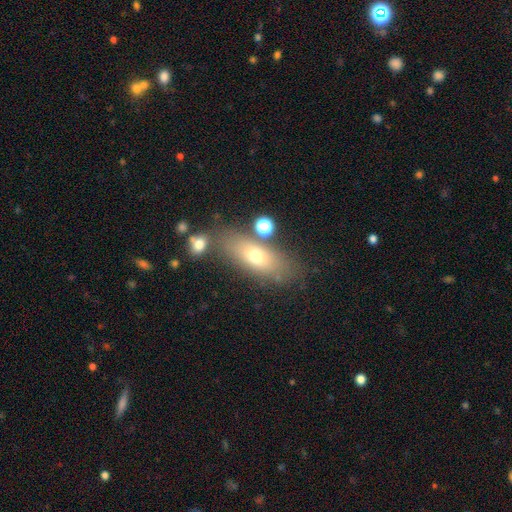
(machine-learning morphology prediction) Overall: smooth (64%; featured or disk 25%). How rounded: in between (67%). Merging: none (69%).